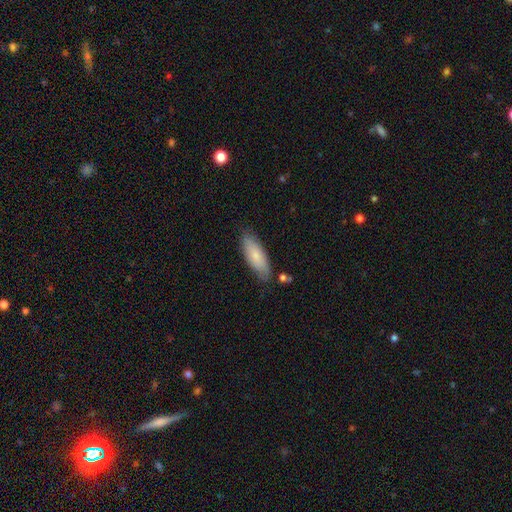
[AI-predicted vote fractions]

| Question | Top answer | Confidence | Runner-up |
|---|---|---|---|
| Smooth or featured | smooth | 80% | featured or disk (15%) |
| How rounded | in between | 61% | cigar-shaped (38%) |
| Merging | none | 79% | minor disturbance (15%) |